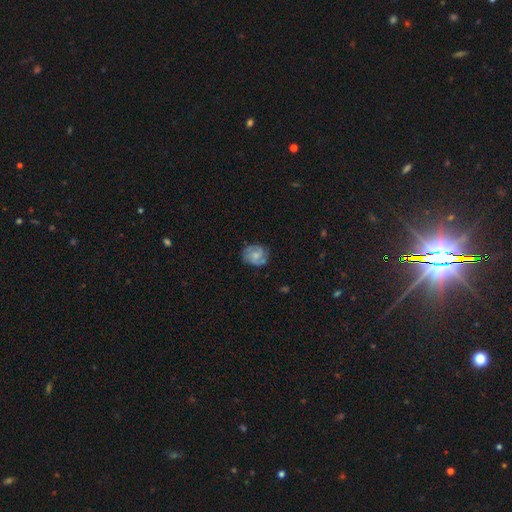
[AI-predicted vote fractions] This appears to be a featured or disk galaxy (62%) with no bar (66%), 2 (49%) tight (44%) spiral arms (91%) and a small central bulge (49%). Merging: none (74%).